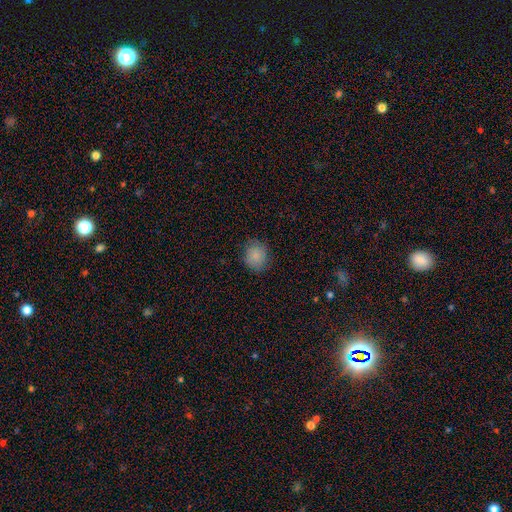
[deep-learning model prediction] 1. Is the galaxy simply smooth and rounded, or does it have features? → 86% smooth, 9% star or artifact, 5% featured or disk.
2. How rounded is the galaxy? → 75% round, 24% in between, 1% cigar-shaped.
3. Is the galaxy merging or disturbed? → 83% none, 13% minor disturbance, 3% major disturbance, 1% merger.